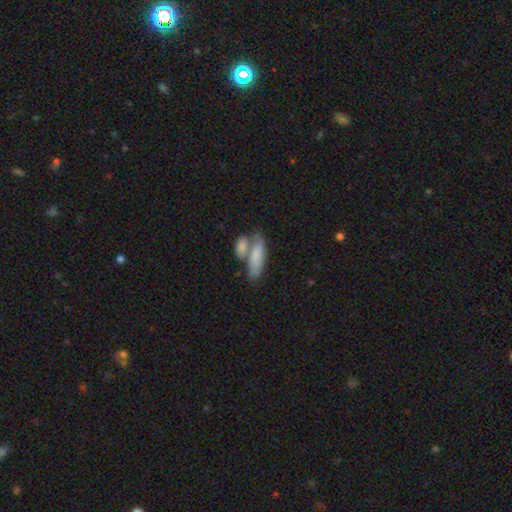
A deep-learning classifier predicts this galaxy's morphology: Smooth or featured: smooth — 78% (featured or disk — 16%)
How rounded: in between — 66% (cigar-shaped — 31%)
Merging: merger — 49% (none — 35%)